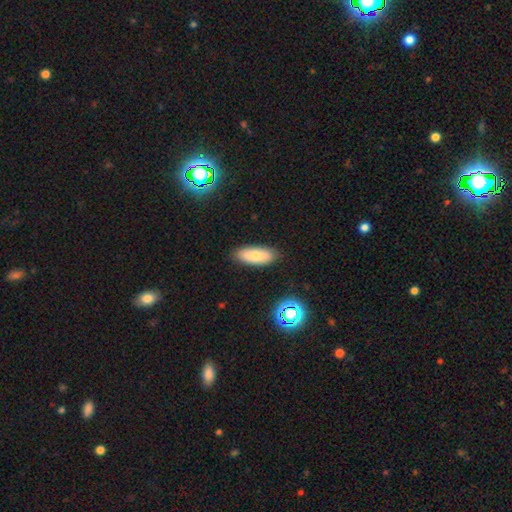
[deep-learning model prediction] A smooth galaxy with no disk features (75%) that is in between round and cigar-shaped (81%).

Vote fractions:
- Smooth or featured? smooth: 75% / featured or disk: 17% / star or artifact: 8%
- How rounded? in between: 81% / cigar-shaped: 17% / round: 2%
- Merging? none: 86% / minor disturbance: 11% / major disturbance: 2% / merger: 1%